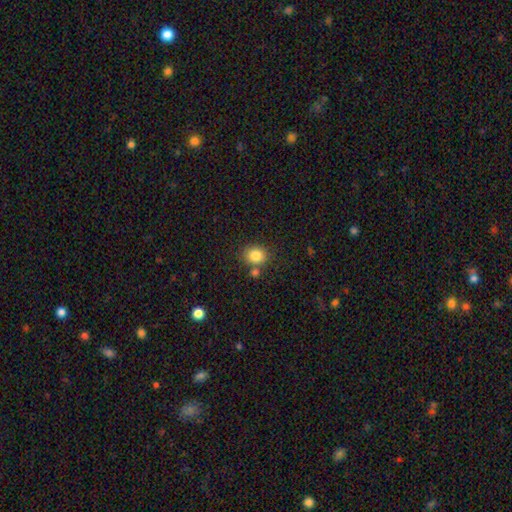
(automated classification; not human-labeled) This appears to be a smooth galaxy with no disk features (83%) that is round (75%). Merging: none (71%).